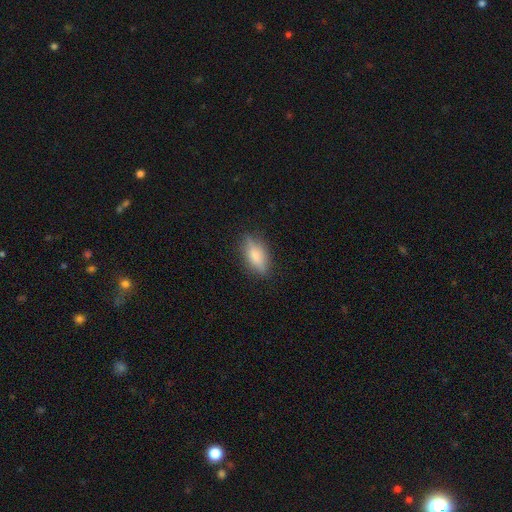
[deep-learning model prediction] Morphology: type=smooth (65%); roundness=in between (75%); merging=none (80%).